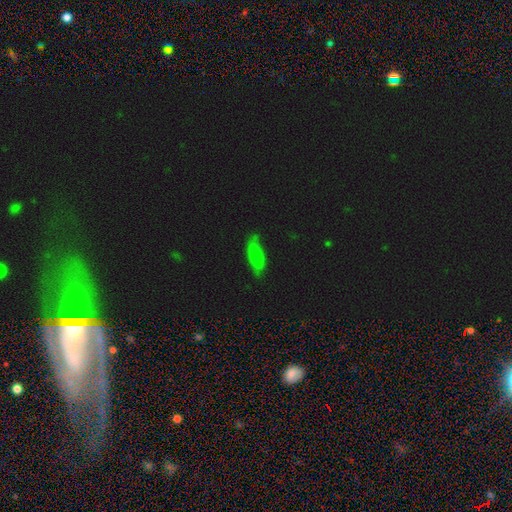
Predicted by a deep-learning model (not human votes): smooth-or-featured: smooth: 77% | featured or disk: 14% | star or artifact: 10%
  how-rounded: in between: 70% | cigar-shaped: 28% | round: 2%
  merging: none: 65% | minor disturbance: 26% | major disturbance: 6% | merger: 2%